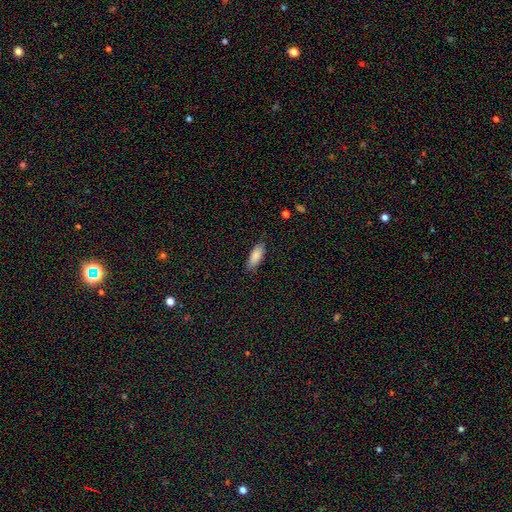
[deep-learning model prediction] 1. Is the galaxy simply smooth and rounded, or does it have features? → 85% smooth, 8% featured or disk, 6% star or artifact.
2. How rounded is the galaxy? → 73% in between, 25% cigar-shaped, 2% round.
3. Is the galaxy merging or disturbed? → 83% none, 13% minor disturbance, 2% major disturbance, 1% merger.